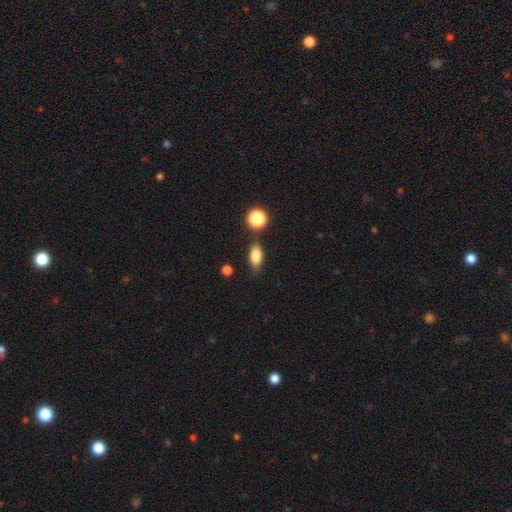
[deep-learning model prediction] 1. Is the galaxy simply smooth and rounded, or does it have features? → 82% smooth, 9% star or artifact, 9% featured or disk.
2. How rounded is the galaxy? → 84% in between, 8% round, 8% cigar-shaped.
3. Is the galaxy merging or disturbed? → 76% none, 15% minor disturbance, 5% merger, 4% major disturbance.